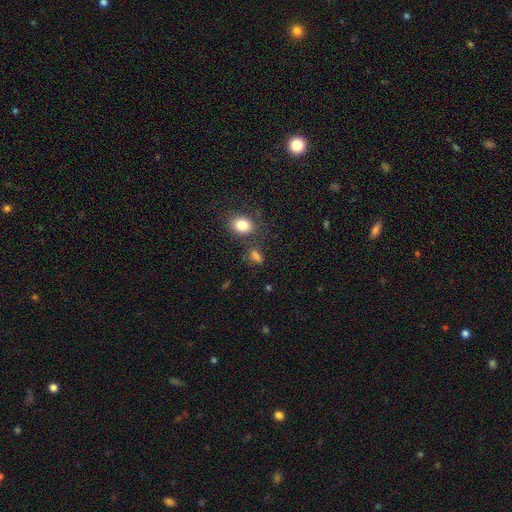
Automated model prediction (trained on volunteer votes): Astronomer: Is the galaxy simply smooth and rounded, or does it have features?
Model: smooth — 77%.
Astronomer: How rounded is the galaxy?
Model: in between — 69%.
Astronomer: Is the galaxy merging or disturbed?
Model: none — 66%.